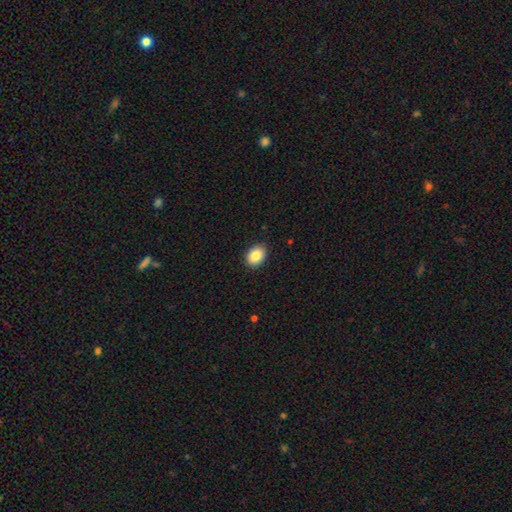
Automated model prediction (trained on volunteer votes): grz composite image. It shows a smooth galaxy with no disk features (86%) that is in between round and cigar-shaped (68%). Merging: none (90%).